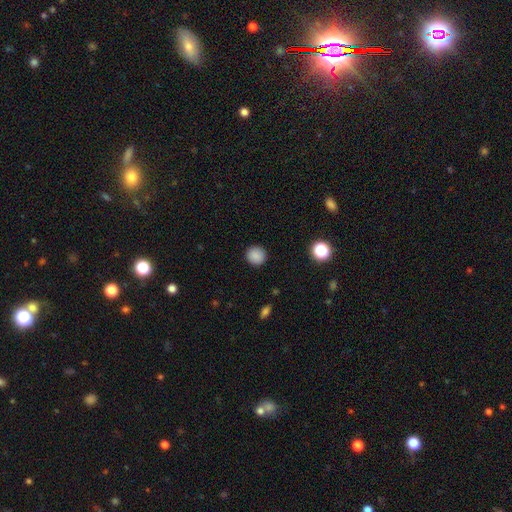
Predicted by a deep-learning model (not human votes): Smooth or featured?
  - smooth: 87% *
  - star or artifact: 10%
  - featured or disk: 3%
How rounded?
  - round: 92% *
  - in between: 7%
  - cigar-shaped: 1%
Merging?
  - none: 91% *
  - minor disturbance: 6%
  - major disturbance: 2%
  - merger: 1%